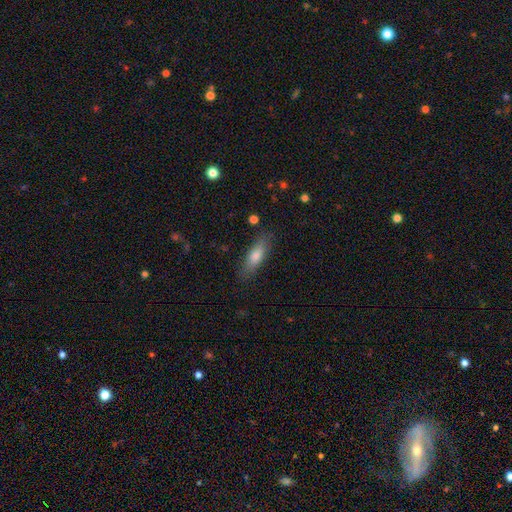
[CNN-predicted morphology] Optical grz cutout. It shows a smooth galaxy with no disk features (73%) that is cigar-shaped (52%). Merging: none (83%).